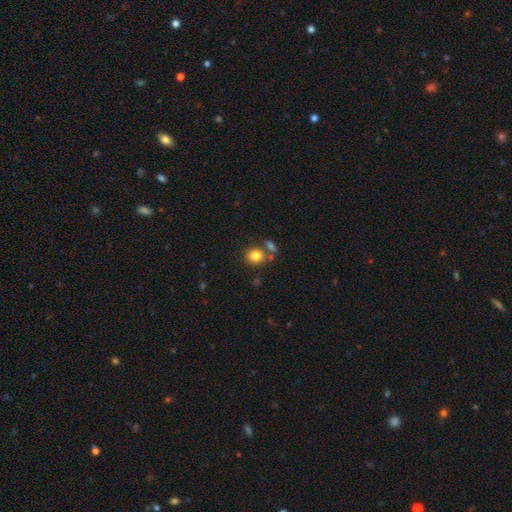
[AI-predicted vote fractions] smooth_or_featured: smooth (p=0.82) [alt: star or artifact p=0.10]
how_rounded: round (p=0.71) [alt: in between p=0.28]
merging: none (p=0.66) [alt: merger p=0.19]